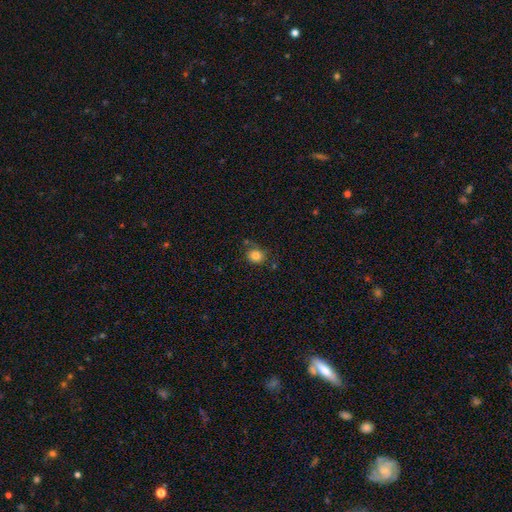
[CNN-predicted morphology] Smooth or featured? Predicted: smooth (p=0.82). How rounded? Predicted: round (p=0.75). Merging? Predicted: none (p=0.72).